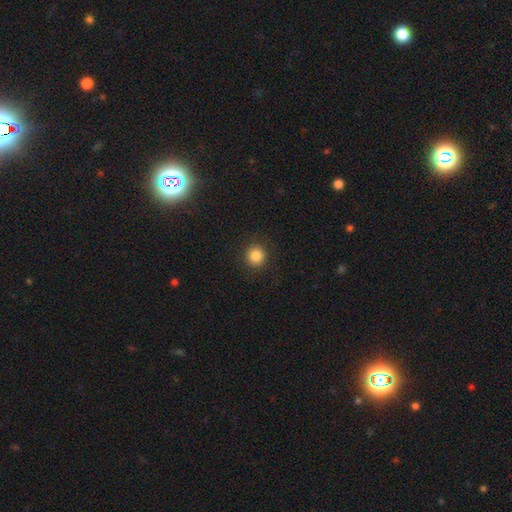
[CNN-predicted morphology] smooth_or_featured: smooth (p=0.85) [alt: star or artifact p=0.11]
how_rounded: round (p=0.92) [alt: in between p=0.07]
merging: none (p=0.91) [alt: minor disturbance p=0.06]